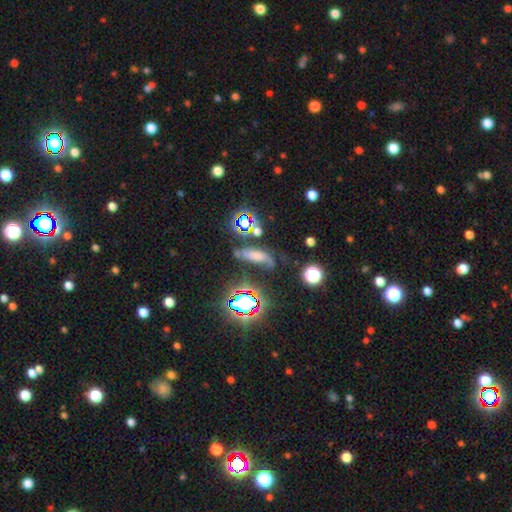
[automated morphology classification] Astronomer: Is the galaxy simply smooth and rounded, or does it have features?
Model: smooth — 42% (runner-up: featured or disk, 30%).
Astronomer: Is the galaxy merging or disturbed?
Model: none — 49% (runner-up: minor disturbance, 24%).